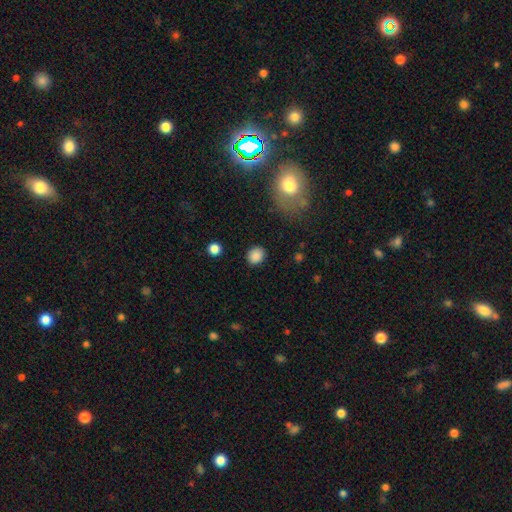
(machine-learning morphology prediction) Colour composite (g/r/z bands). It shows a smooth galaxy with no disk features (87%) that is round (68%). Merging: none (88%).